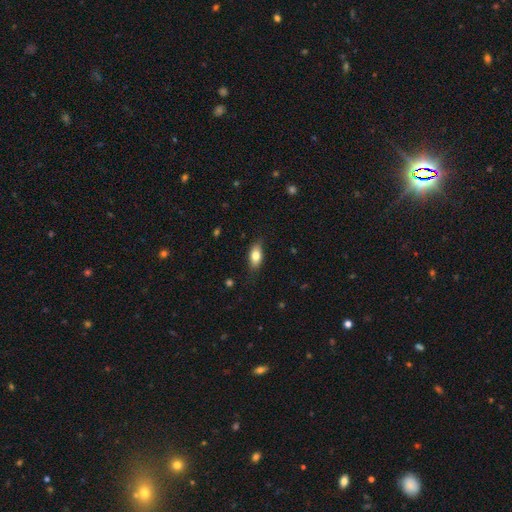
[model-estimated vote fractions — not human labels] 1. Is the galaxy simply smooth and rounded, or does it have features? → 77% smooth, 16% featured or disk, 7% star or artifact.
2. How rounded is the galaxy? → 85% in between, 10% cigar-shaped, 4% round.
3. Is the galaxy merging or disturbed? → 81% none, 15% minor disturbance, 3% major disturbance, 1% merger.